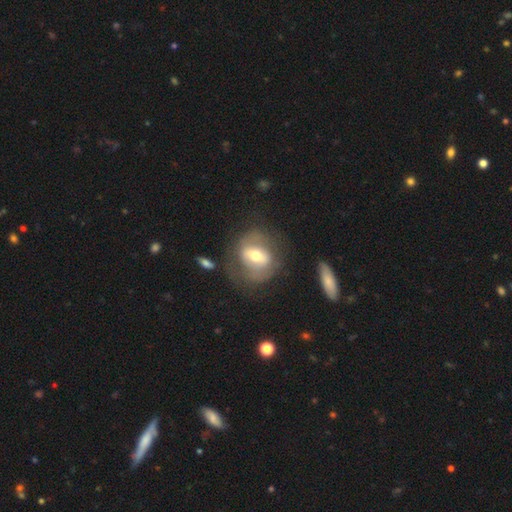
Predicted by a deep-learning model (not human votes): Morphology: type=featured or disk (58%); edge-on=no (92%); bar=strong (40%); spiral arms=no (61%); bulge=moderate (67%); merging=none (63%).